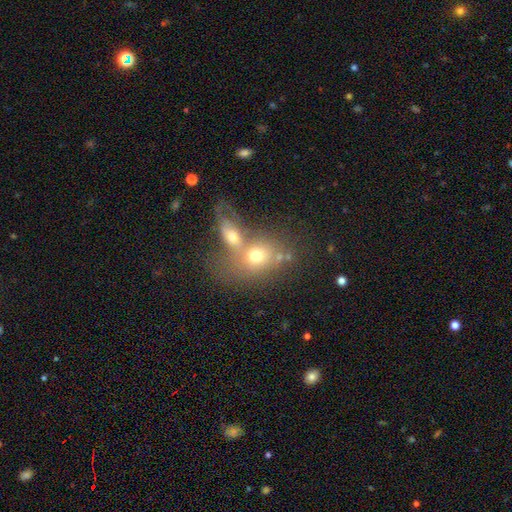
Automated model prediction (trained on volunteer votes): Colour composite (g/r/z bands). It shows a smooth galaxy with no disk features (63%) that is in between round and cigar-shaped (53%). Merging: merger (63%).